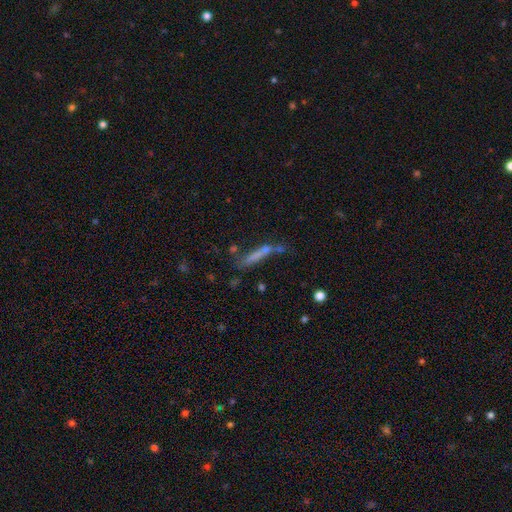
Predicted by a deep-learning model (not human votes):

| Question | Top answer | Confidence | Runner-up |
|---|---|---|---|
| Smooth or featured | smooth | 50% | featured or disk (34%) |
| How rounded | cigar-shaped | 90% | in between (7%) |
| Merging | none | 55% | minor disturbance (18%) |